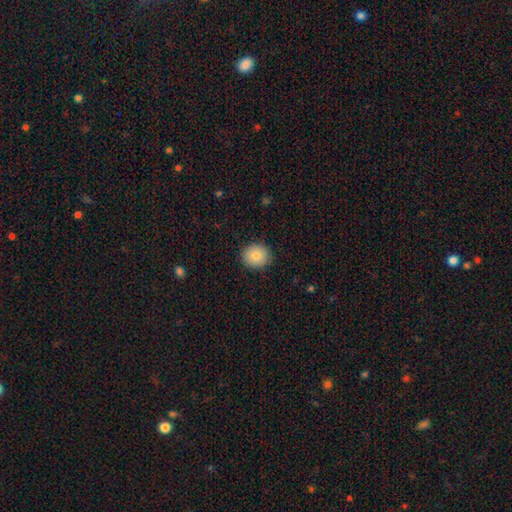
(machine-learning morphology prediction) The model was most divided on "how rounded": round: 76%, in between: 23%, cigar-shaped: 1%. More confident: merging — none (90%); smooth or featured — smooth (83%).